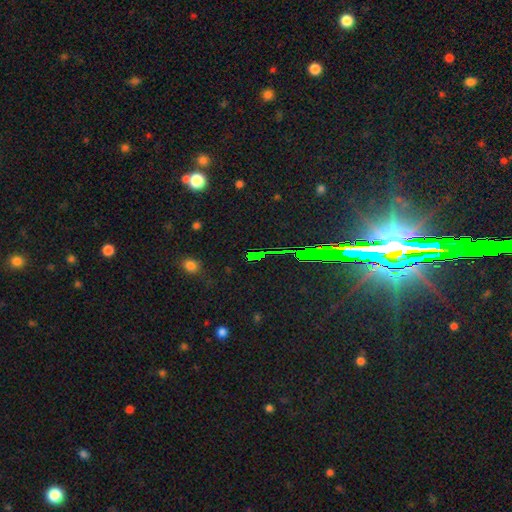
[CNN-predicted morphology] This appears to be a star or artifact, not a galaxy (75%).